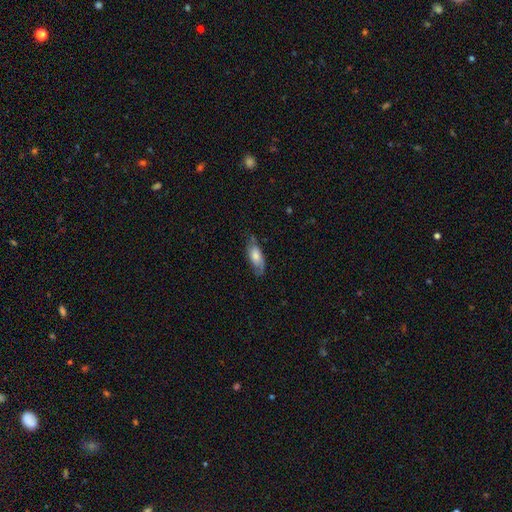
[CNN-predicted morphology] smooth_or_featured: smooth (p=0.55) [alt: featured or disk p=0.38]
how_rounded: in between (p=0.77) [alt: cigar-shaped p=0.21]
merging: none (p=0.62) [alt: minor disturbance p=0.27]